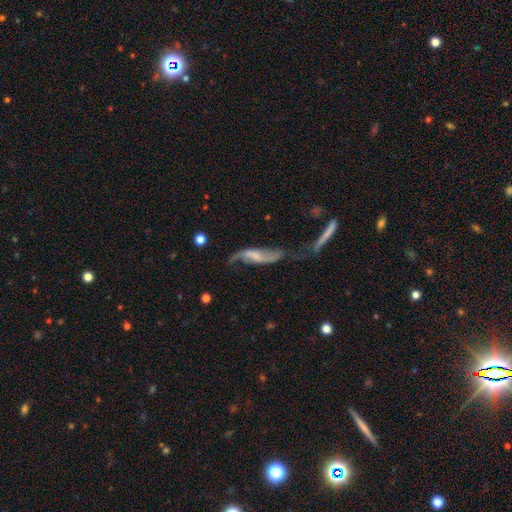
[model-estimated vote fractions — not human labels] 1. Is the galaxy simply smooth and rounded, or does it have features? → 74% featured or disk, 19% smooth, 8% star or artifact.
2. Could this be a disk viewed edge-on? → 85% no, 15% yes.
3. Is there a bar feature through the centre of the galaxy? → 43% weak, 37% no, 20% strong.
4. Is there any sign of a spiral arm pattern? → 89% yes, 11% no.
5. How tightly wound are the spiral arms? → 84% loose, 12% medium, 4% tight.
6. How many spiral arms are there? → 88% 2, 5% can't tell, 4% 1, 1% 3, 1% 4, 1% more than 4.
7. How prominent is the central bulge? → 43% none, 31% small, 19% moderate, 5% large, 2% dominant.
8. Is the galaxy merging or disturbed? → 37% none, 23% merger, 20% major disturbance, 20% minor disturbance.